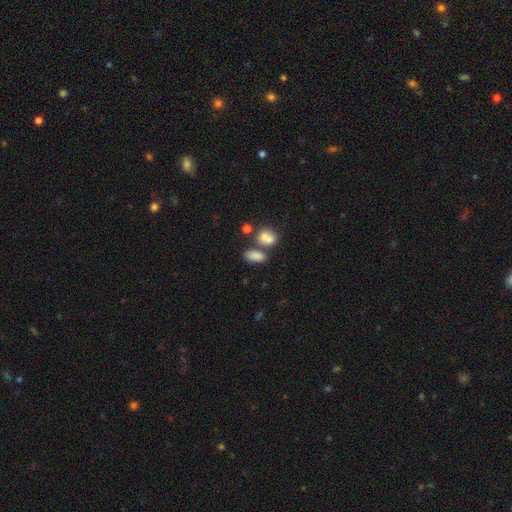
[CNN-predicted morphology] type=smooth (82%); roundness=in between (86%); merging=none (50%).